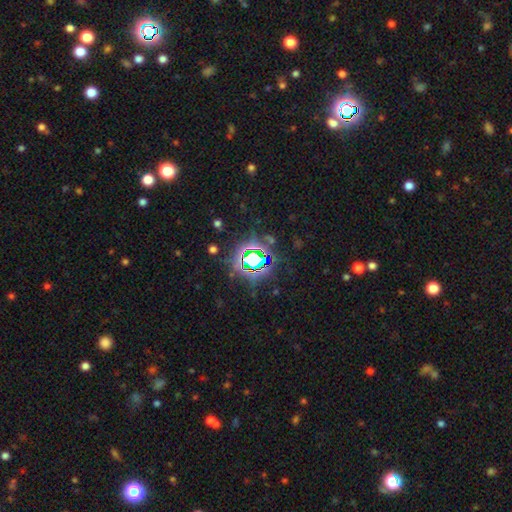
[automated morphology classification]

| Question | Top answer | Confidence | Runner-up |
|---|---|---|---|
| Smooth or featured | star or artifact | 76% | smooth (14%) |